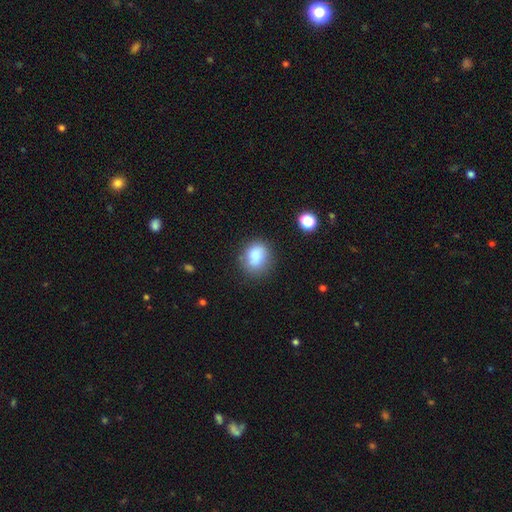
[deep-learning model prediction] The model was most divided on "how rounded": round: 55%, in between: 44%, cigar-shaped: 1%. More confident: smooth or featured — smooth (83%); merging — none (68%).